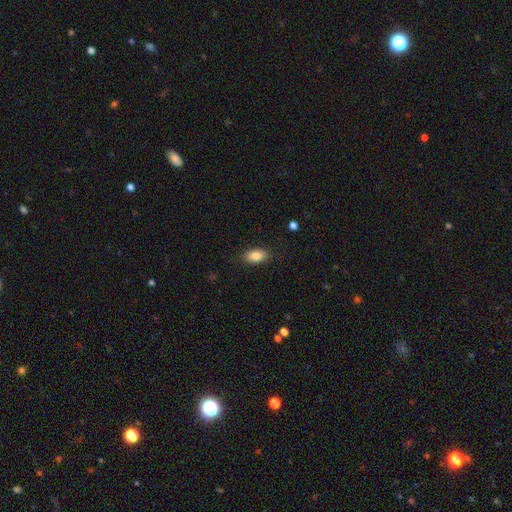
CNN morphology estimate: This is clearly a smooth galaxy (86%). How rounded: clearly in between (91%). Merging: clearly none (86%).